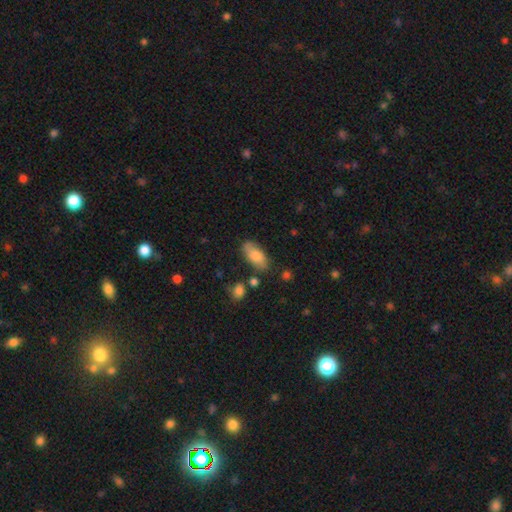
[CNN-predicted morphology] type=smooth (78%); roundness=in between (87%); merging=none (72%).